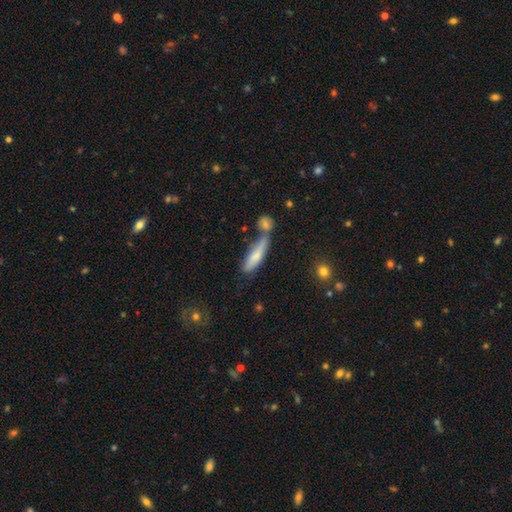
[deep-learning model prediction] A smooth galaxy with no disk features (73%) that is cigar-shaped (68%). Merging: none (45%).